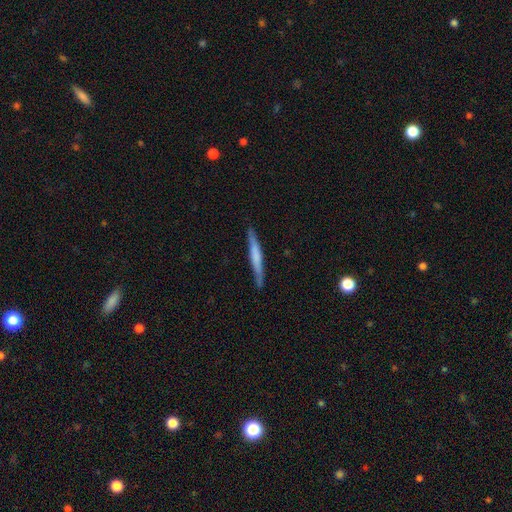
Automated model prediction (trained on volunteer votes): smooth_or_featured: smooth (p=0.51) [alt: featured or disk p=0.44]
how_rounded: cigar-shaped (p=0.96) [alt: in between p=0.03]
merging: none (p=0.87) [alt: minor disturbance p=0.10]